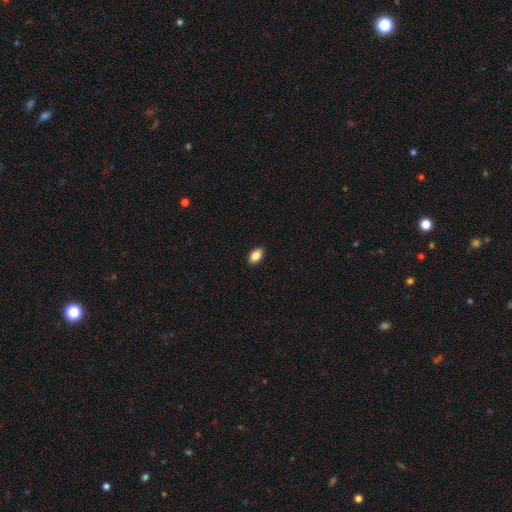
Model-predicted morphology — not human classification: type=smooth (88%); roundness=in between (91%); merging=none (90%).